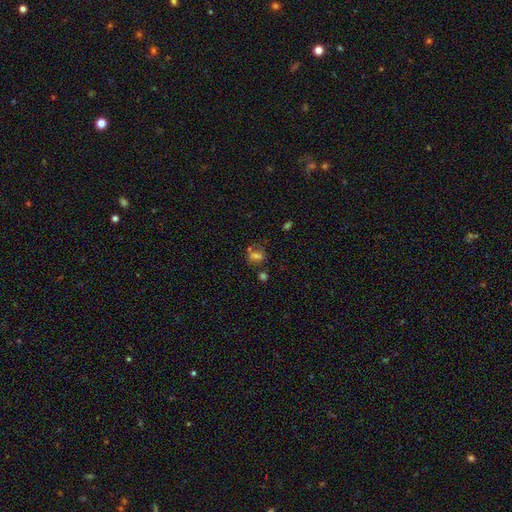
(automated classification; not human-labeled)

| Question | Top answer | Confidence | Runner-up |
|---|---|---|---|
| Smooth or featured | smooth | 59% | star or artifact (24%) |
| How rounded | round | 49% | in between (48%) |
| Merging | none | 59% | minor disturbance (17%) |